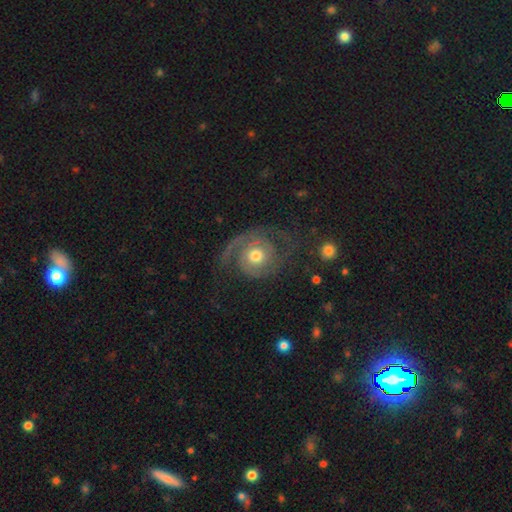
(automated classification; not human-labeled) Q: Smooth or featured?
A: featured or disk (77%); runner-up: smooth (17%)
Q: Edge-on disk?
A: no (98%); runner-up: yes (2%)
Q: Bar?
A: no (80%); runner-up: weak (17%)
Q: Spiral arms?
A: yes (91%); runner-up: no (9%)
Q: Spiral winding?
A: medium (40%); runner-up: tight (36%)
Q: Spiral arm count?
A: 2 (63%); runner-up: 1 (16%)
Q: Bulge size?
A: moderate (72%); runner-up: small (14%)
Q: Merging?
A: none (57%); runner-up: major disturbance (23%)